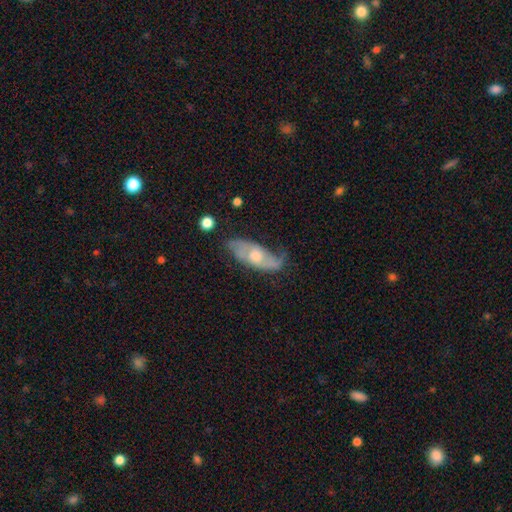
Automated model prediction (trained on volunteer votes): A featured or disk galaxy (72%) with no bar (70%), 2 (68%) medium (43%) spiral arms (87%) and a moderate central bulge (64%).

Vote fractions:
- Smooth or featured? featured or disk: 72% / smooth: 21% / star or artifact: 6%
- Edge-on disk? no: 86% / yes: 14%
- Bar? no: 70% / weak: 26% / strong: 4%
- Spiral arms? yes: 87% / no: 13%
- Spiral winding? medium: 43% / loose: 31% / tight: 26%
- Spiral arm count? 2: 68% / can't tell: 19% / 1: 6% / 3: 4% / 4: 2% / more than 4: 1%
- Bulge size? moderate: 64% / small: 23% / large: 9% / none: 3% / dominant: 1%
- Merging? none: 60% / minor disturbance: 26% / major disturbance: 12% / merger: 2%